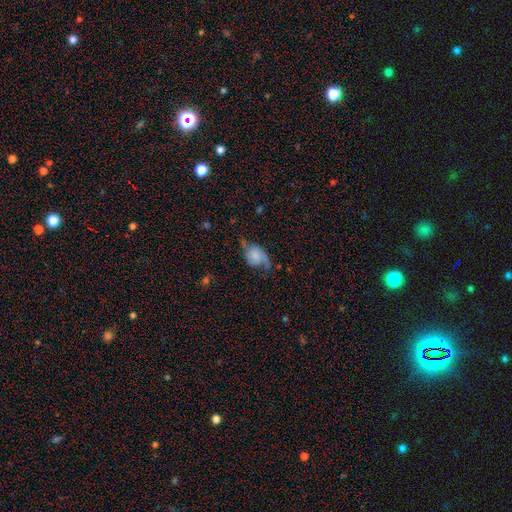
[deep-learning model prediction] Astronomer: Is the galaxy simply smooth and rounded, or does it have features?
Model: featured or disk — 58% (runner-up: smooth, 33%).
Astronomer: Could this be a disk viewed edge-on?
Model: no — 96%.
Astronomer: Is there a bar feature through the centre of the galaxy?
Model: no — 65%.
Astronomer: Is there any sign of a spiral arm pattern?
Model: yes — 89%.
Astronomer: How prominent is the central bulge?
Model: small — 32% (runner-up: none, 31%).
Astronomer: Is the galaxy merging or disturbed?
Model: none — 49% (runner-up: minor disturbance, 29%).